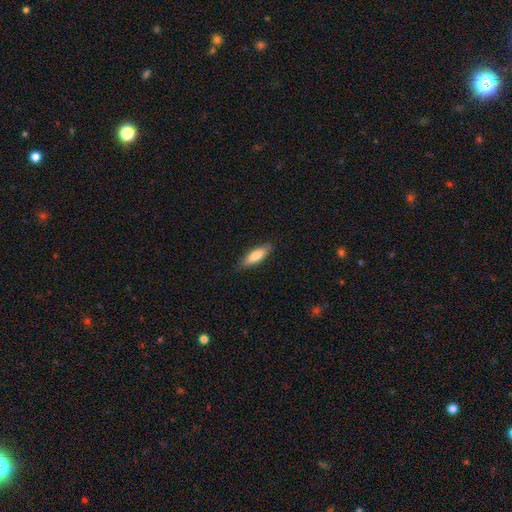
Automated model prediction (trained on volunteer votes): Smooth or featured?
  - smooth: 79% *
  - featured or disk: 15%
  - star or artifact: 6%
How rounded?
  - in between: 55% *
  - cigar-shaped: 43%
  - round: 2%
Merging?
  - none: 85% *
  - minor disturbance: 12%
  - major disturbance: 2%
  - merger: 1%